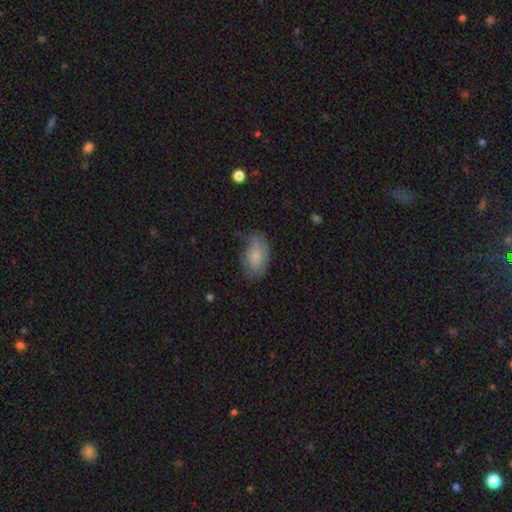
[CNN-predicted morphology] Overall: smooth (66%; featured or disk 27%). How rounded: in between (91%). Merging: none (55%; minor disturbance 32%).